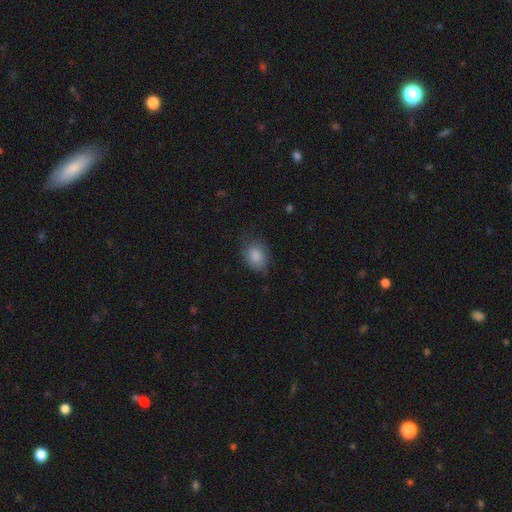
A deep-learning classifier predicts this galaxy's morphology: Overall: smooth (85%). How rounded: in between (57%; round 42%). Merging: none (67%).